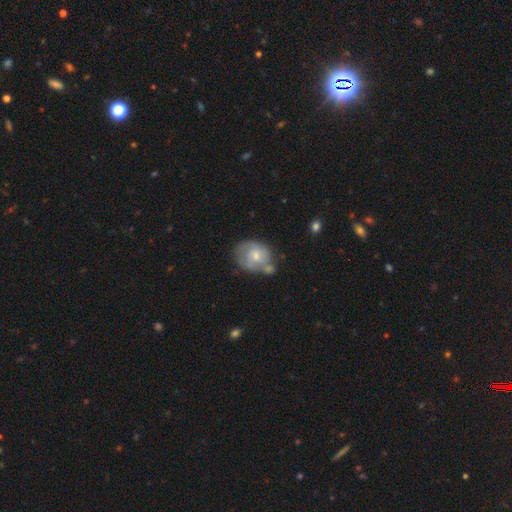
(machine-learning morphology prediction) Smooth or featured? featured or disk (48%)
Merging? none (41%)